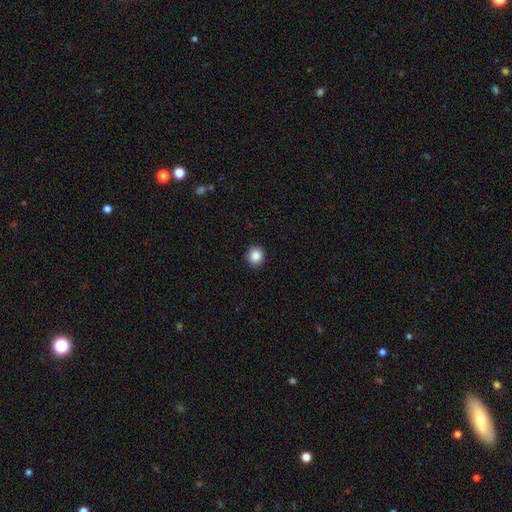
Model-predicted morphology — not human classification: Smooth or featured? smooth (87%)
How rounded? round (90%)
Merging? none (90%)